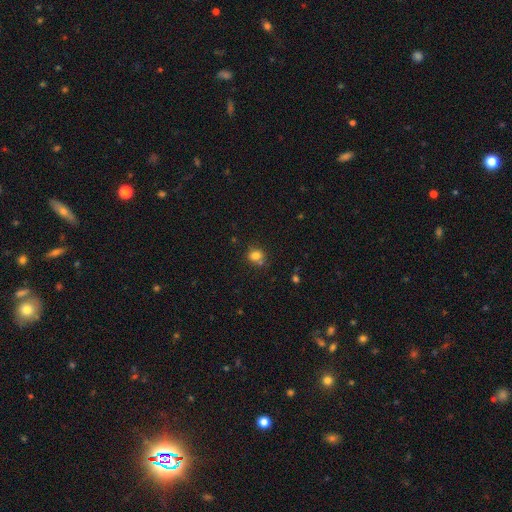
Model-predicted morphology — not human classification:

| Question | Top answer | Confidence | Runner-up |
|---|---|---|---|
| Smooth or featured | smooth | 80% | star or artifact (13%) |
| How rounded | round | 70% | in between (29%) |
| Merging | none | 63% | merger (17%) |